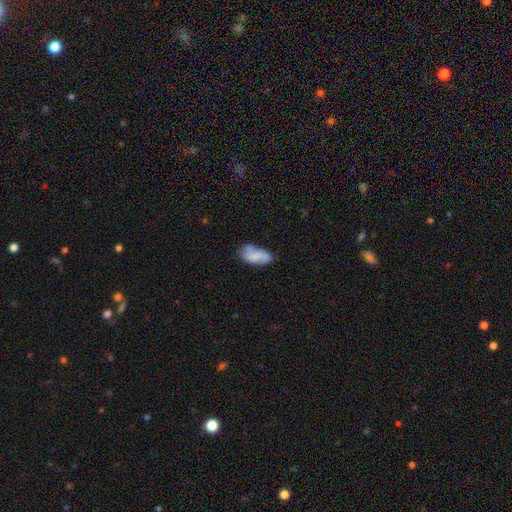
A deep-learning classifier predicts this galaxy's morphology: This appears to be a smooth galaxy with no disk features (62%) that is in between round and cigar-shaped (91%). Merging: none (53%).